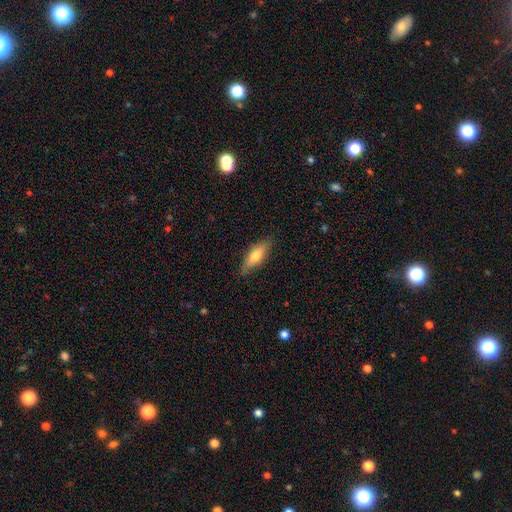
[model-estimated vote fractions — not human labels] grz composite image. It shows a smooth galaxy with no disk features (67%) that is in between round and cigar-shaped (54%). Merging: none (84%).